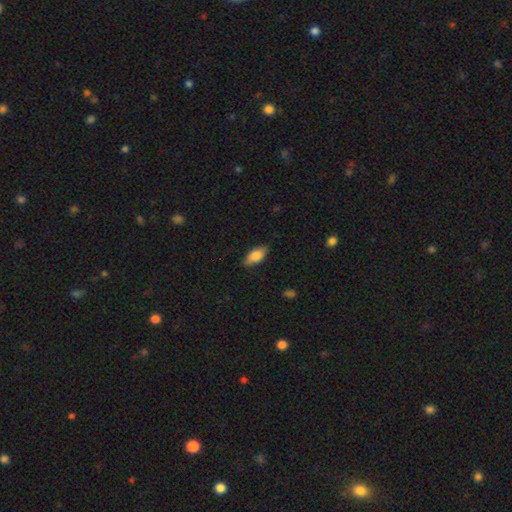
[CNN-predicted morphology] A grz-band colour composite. It shows a smooth galaxy with no disk features (79%) that is in between round and cigar-shaped (87%). Merging: none (81%).